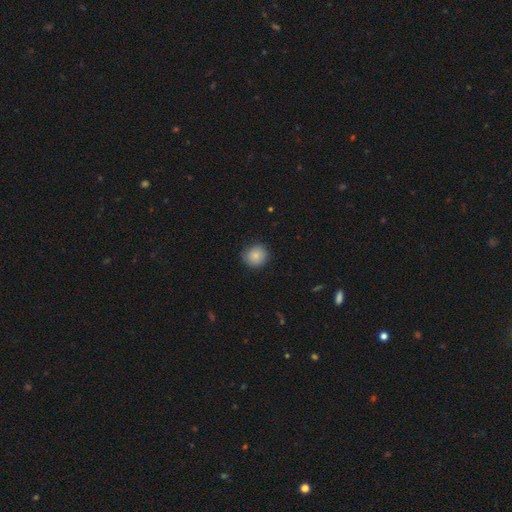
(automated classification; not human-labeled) Overall: smooth (83%). How rounded: round (89%). Merging: none (82%).